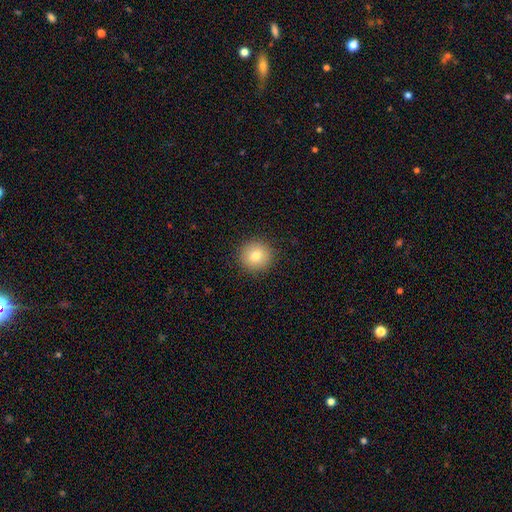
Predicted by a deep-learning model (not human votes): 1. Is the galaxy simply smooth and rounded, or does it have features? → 79% smooth, 11% star or artifact, 10% featured or disk.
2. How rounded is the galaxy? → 94% round, 5% in between, 1% cigar-shaped.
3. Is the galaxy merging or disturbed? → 91% none, 6% minor disturbance, 2% major disturbance, 1% merger.